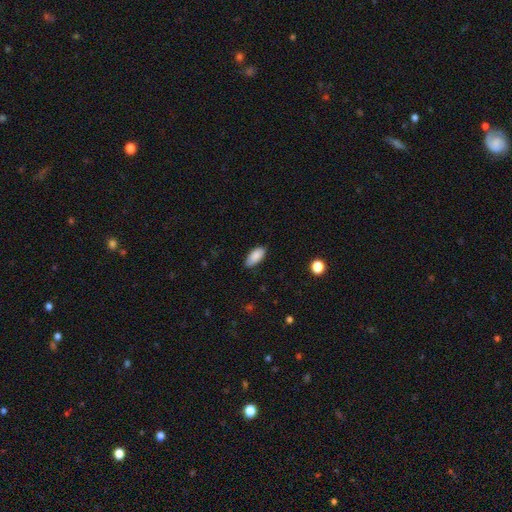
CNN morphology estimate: Smooth or featured: smooth — 88% (star or artifact — 7%)
How rounded: in between — 89% (cigar-shaped — 9%)
Merging: none — 82% (minor disturbance — 15%)